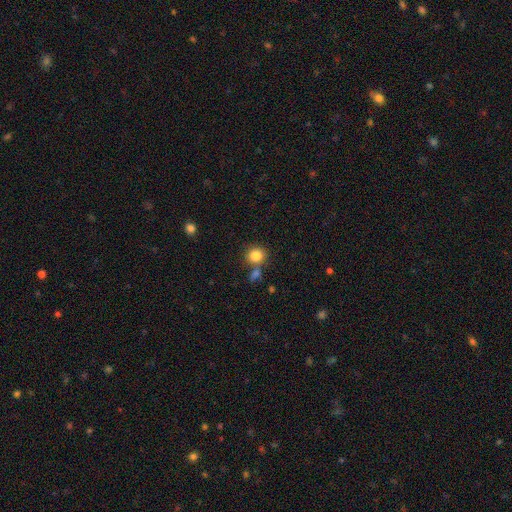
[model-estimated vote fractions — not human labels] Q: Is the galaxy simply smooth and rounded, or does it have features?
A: smooth — 84%.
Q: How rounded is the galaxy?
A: round — 81%.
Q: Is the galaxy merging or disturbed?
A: none — 66%.